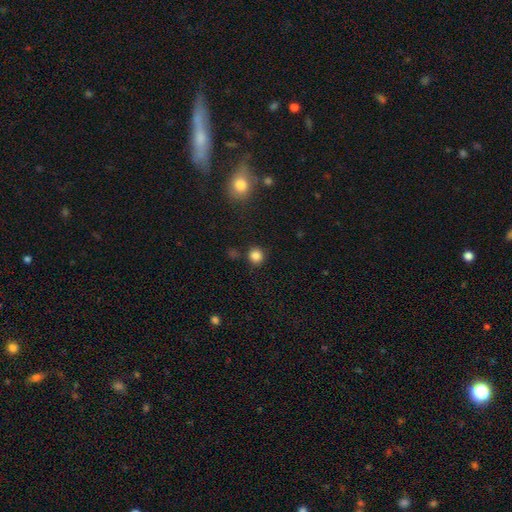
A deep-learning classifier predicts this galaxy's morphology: Smooth or featured? smooth (84%)
How rounded? round (93%)
Merging? none (86%)